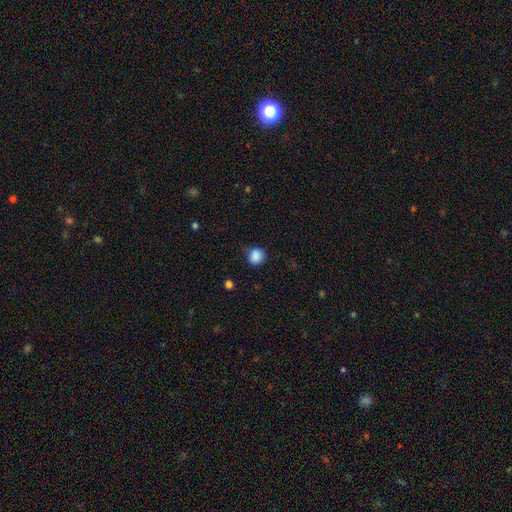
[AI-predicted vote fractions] Morphology: type=smooth (87%); roundness=round (84%); merging=none (69%).